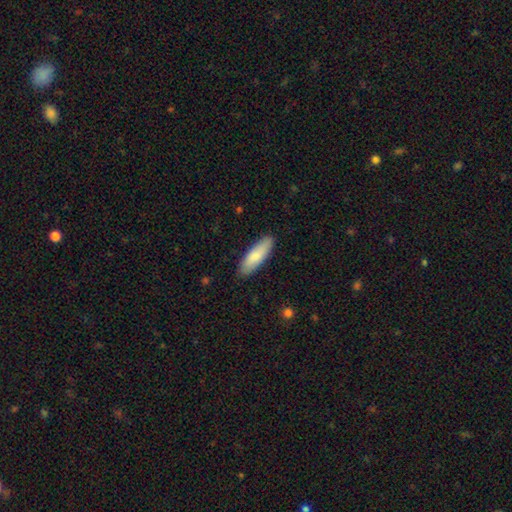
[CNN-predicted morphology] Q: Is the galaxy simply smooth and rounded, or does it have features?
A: smooth — 83%.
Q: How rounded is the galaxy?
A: in between — 51%.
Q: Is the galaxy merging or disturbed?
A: none — 88%.